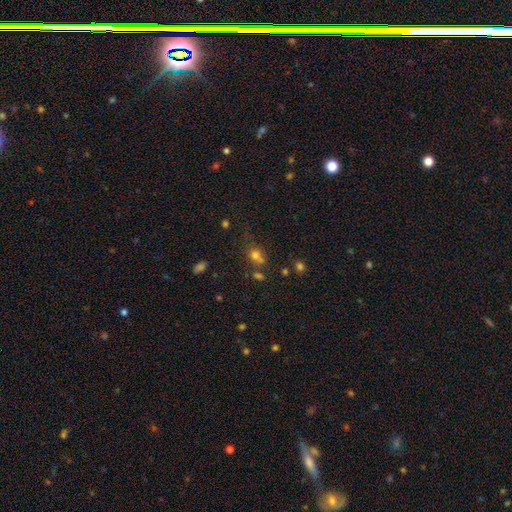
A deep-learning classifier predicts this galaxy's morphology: smooth-or-featured: smooth: 70% | star or artifact: 19% | featured or disk: 11%
  how-rounded: round: 67% | in between: 32% | cigar-shaped: 1%
  merging: none: 47% | merger: 30% | minor disturbance: 16% | major disturbance: 8%